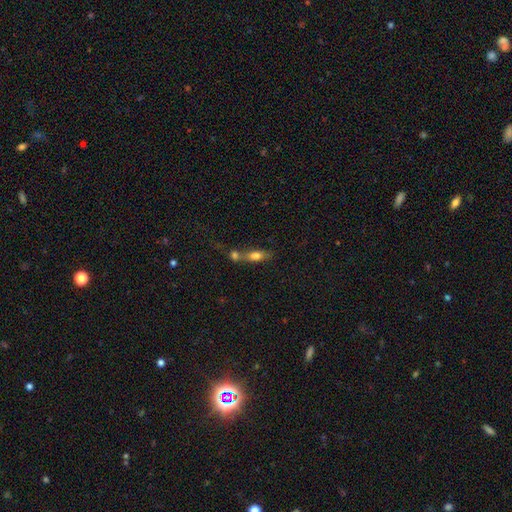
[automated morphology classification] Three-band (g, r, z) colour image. It shows a smooth galaxy with no disk features (71%) that is in between round and cigar-shaped (69%). Merging: merger (64%).